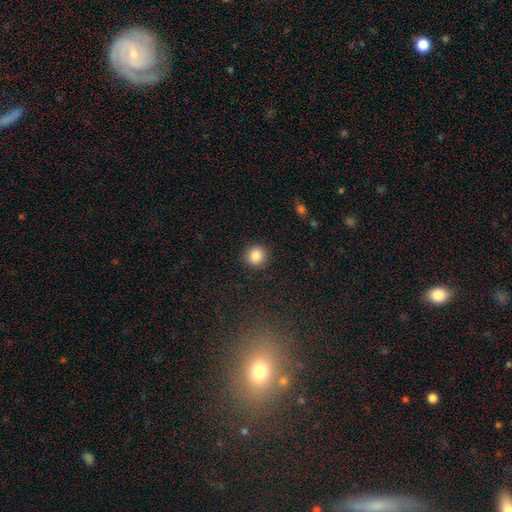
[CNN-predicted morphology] smooth 86%, star or artifact 10%, featured or disk 4%. Down the decision tree: how rounded — round (90%); merging — none (90%).